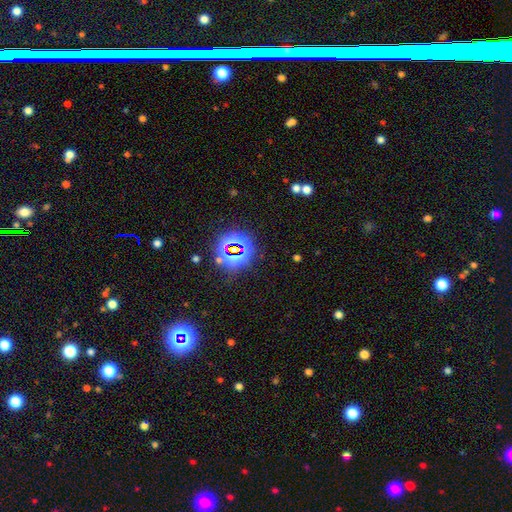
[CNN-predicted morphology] star or artifact 72%, featured or disk 14%, smooth 14%.